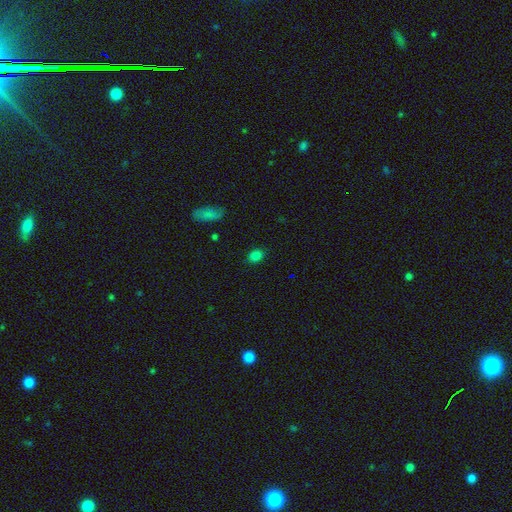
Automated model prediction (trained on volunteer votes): A smooth galaxy with no disk features (81%) that is in between round and cigar-shaped (55%). Merging: none (86%).